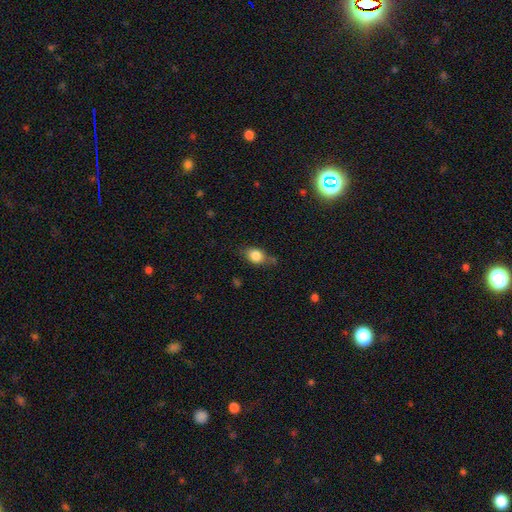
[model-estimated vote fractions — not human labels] smooth-or-featured: smooth: 82% | featured or disk: 9% | star or artifact: 9%
  how-rounded: in between: 65% | round: 33% | cigar-shaped: 2%
  merging: none: 65% | minor disturbance: 24% | major disturbance: 6% | merger: 4%